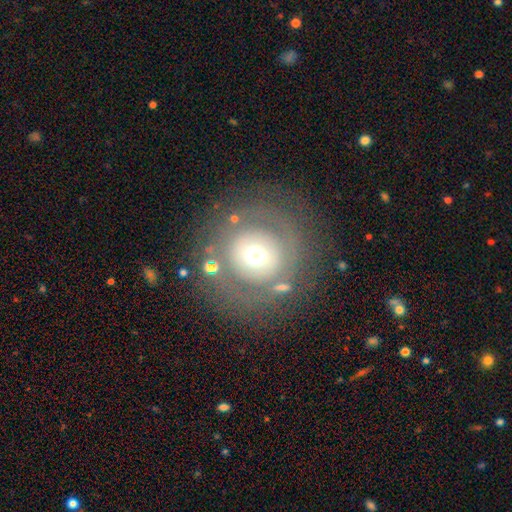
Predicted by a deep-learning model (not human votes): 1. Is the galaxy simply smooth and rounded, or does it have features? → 49% smooth, 39% featured or disk, 12% star or artifact.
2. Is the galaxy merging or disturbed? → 75% none, 11% minor disturbance, 10% major disturbance, 3% merger.